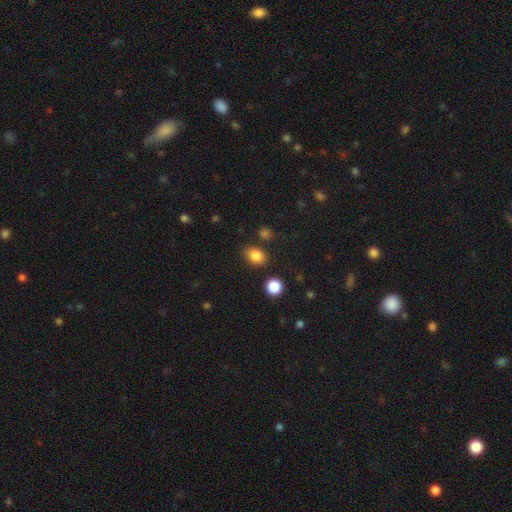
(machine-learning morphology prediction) A smooth galaxy with no disk features (85%) that is in between round and cigar-shaped (72%). Merging: none (80%).